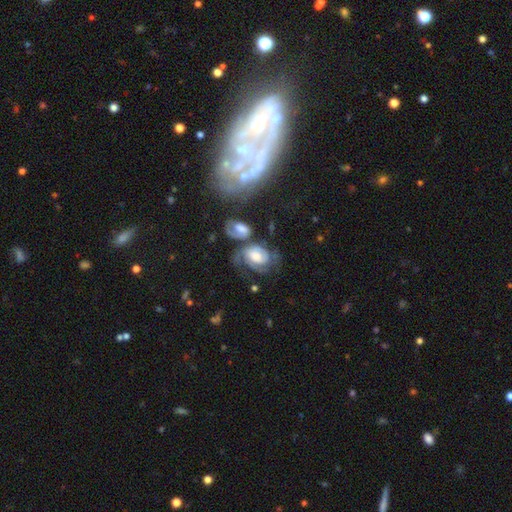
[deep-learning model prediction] Smooth or featured? Predicted: featured or disk (p=0.76). Edge-on disk? Predicted: no (p=0.97). Bar? Predicted: no (p=0.64). Spiral arms? Predicted: yes (p=0.91). Spiral winding? Predicted: tight (p=0.46). Spiral arm count? Predicted: 2 (p=0.53). Bulge size? Predicted: large (p=0.38). Merging? Predicted: none (p=0.39).